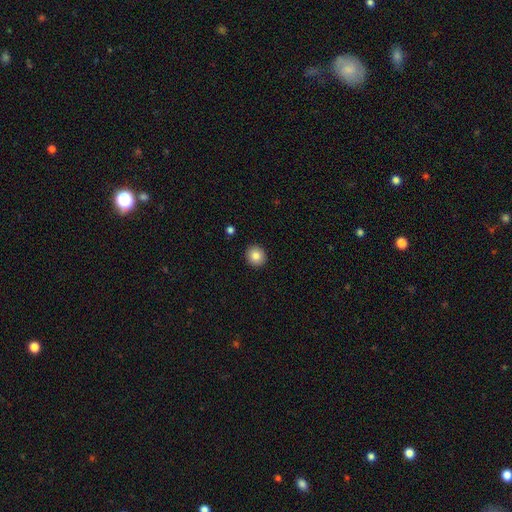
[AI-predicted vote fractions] Morphology: type=smooth (84%); roundness=round (90%); merging=none (93%).